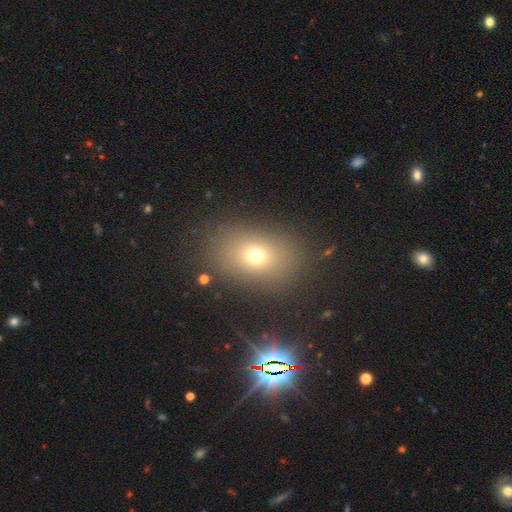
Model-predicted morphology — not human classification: This appears to be a smooth galaxy with no disk features (69%) that is in between round and cigar-shaped (63%). Merging: none (81%).